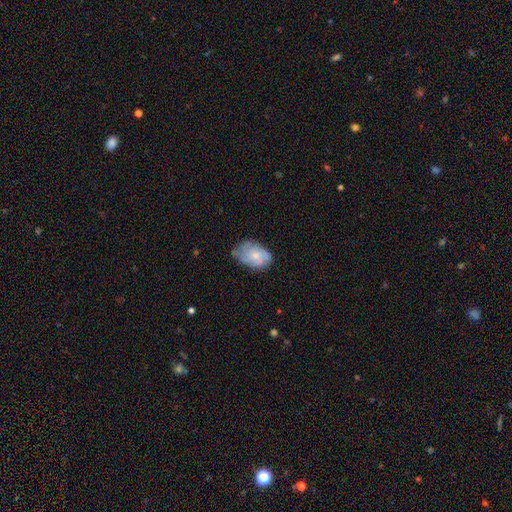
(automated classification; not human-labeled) smooth-or-featured: featured or disk: 47% | smooth: 46% | star or artifact: 7%
  merging: none: 60% | minor disturbance: 29% | major disturbance: 9% | merger: 2%